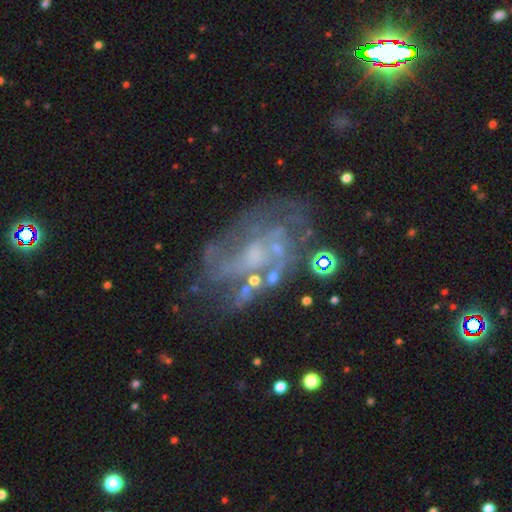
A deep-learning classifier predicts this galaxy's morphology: This is likely a featured or disk galaxy (79%). It is clearly not viewed edge-on (97%). Bar: likely no (66%). Spiral arm pattern: likely yes (77%). Spiral arm count: marginally can't tell (40%). Spiral winding: marginally medium (42%). Central bulge: marginally small (42%). Merging: possibly none (54%).